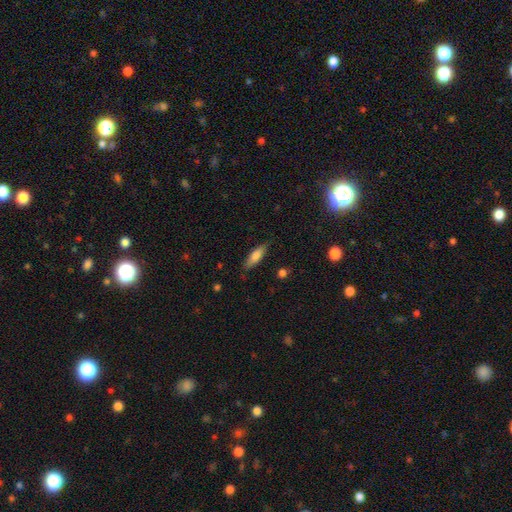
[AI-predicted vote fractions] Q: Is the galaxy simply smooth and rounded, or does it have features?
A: smooth — 76%.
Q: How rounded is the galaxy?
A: in between — 50%.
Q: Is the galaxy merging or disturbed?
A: none — 81%.